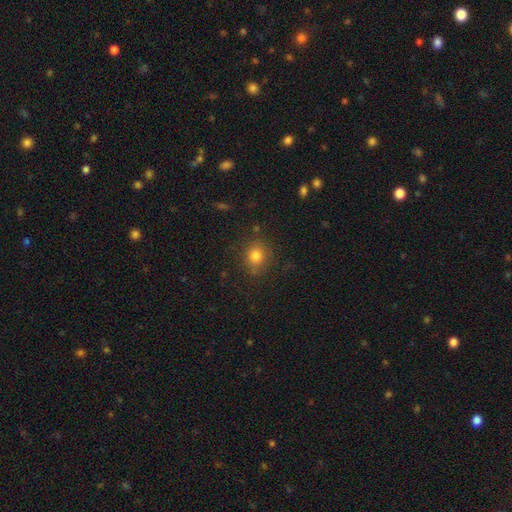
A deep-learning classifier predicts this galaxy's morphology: Q: Smooth or featured?
A: smooth (79%); runner-up: star or artifact (13%)
Q: How rounded?
A: round (77%); runner-up: in between (22%)
Q: Merging?
A: none (82%); runner-up: minor disturbance (12%)